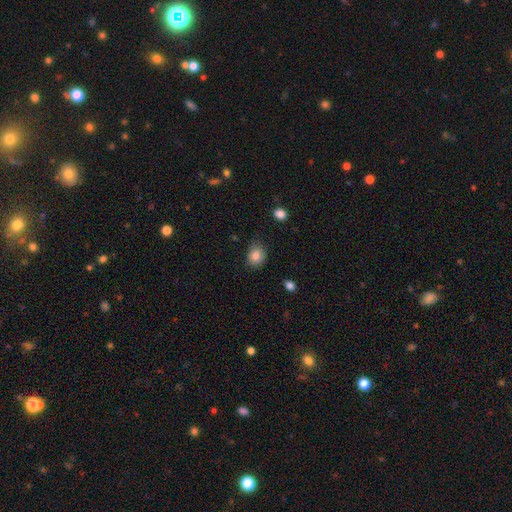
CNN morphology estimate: This is clearly a smooth galaxy (82%). How rounded: likely round (60%). Merging: likely none (77%).